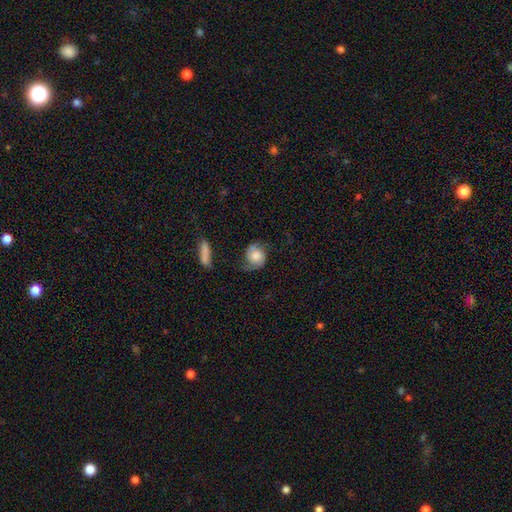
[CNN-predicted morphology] smooth_or_featured: featured or disk (p=0.47) [alt: smooth p=0.45]
merging: none (p=0.52) [alt: minor disturbance p=0.27]